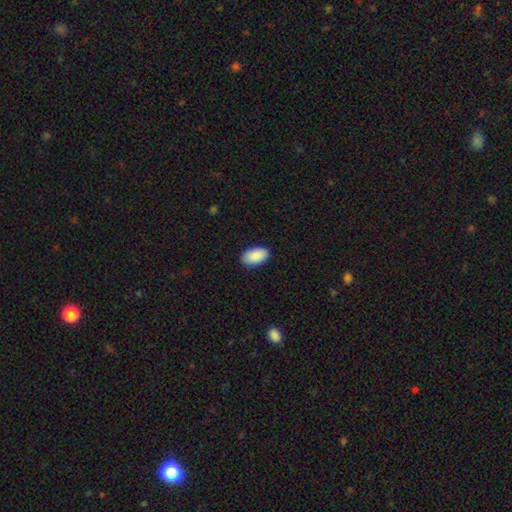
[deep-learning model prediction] Overall: smooth (90%). How rounded: in between (95%). Merging: none (88%).